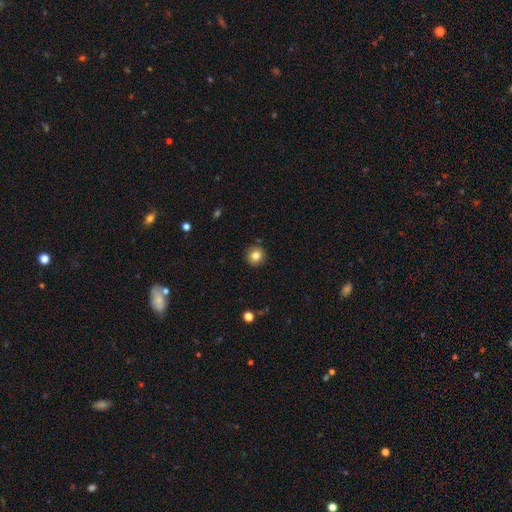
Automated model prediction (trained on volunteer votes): smooth_or_featured: smooth (p=0.82) [alt: star or artifact p=0.11]
how_rounded: round (p=0.94) [alt: in between p=0.05]
merging: none (p=0.91) [alt: minor disturbance p=0.06]